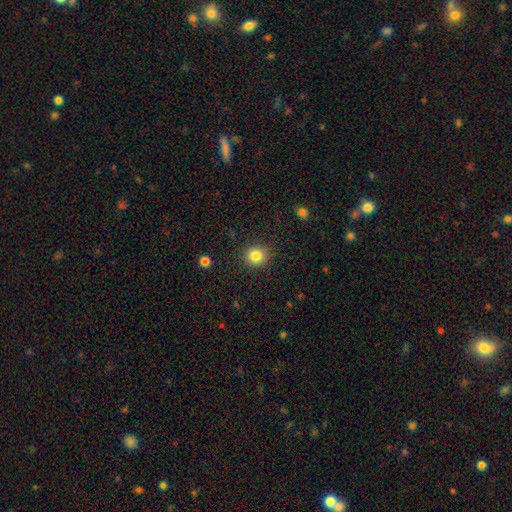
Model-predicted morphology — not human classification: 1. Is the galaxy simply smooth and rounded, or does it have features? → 84% smooth, 11% star or artifact, 6% featured or disk.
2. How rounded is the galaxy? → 85% round, 15% in between, 1% cigar-shaped.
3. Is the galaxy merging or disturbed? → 89% none, 7% minor disturbance, 2% major disturbance, 1% merger.